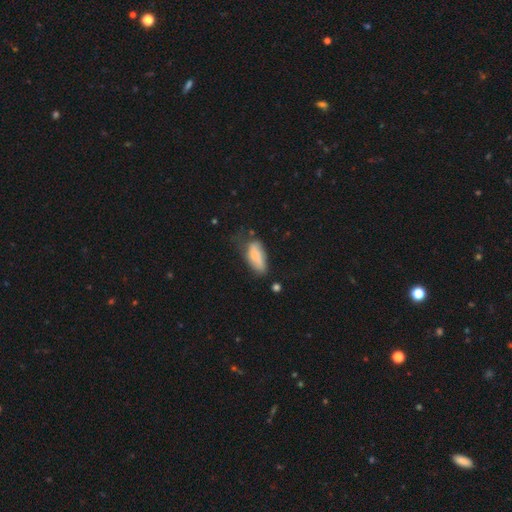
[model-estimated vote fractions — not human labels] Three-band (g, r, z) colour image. It shows a smooth galaxy with no disk features (72%) that is in between round and cigar-shaped (84%). Merging: none (37%).